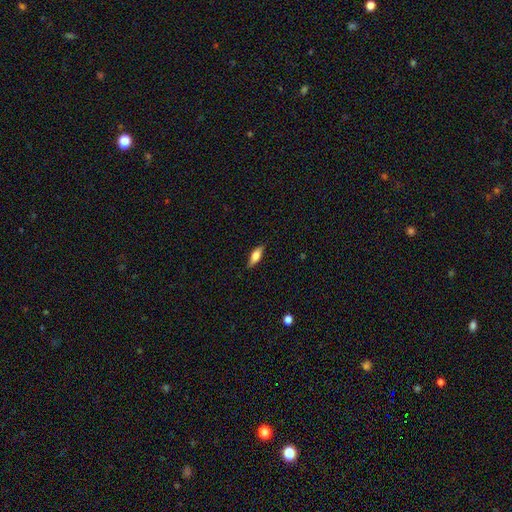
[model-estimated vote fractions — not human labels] smooth-or-featured: smooth: 68% | featured or disk: 26% | star or artifact: 7%
  how-rounded: in between: 66% | cigar-shaped: 31% | round: 3%
  merging: none: 84% | minor disturbance: 12% | major disturbance: 2% | merger: 1%